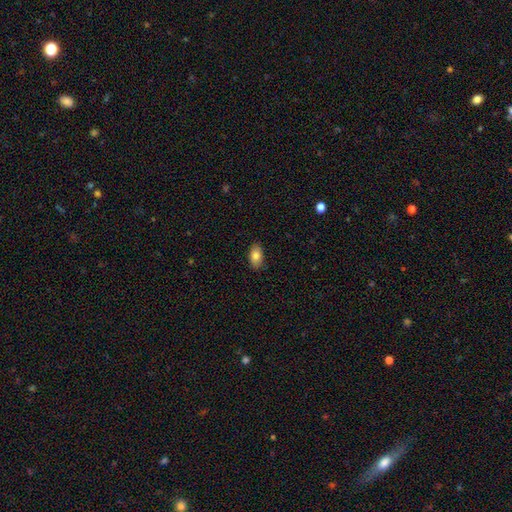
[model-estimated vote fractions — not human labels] Smooth or featured? Predicted: smooth (p=0.83). How rounded? Predicted: in between (p=0.92). Merging? Predicted: none (p=0.86).